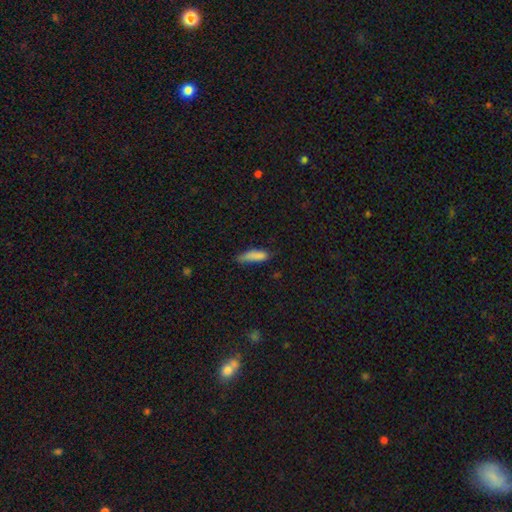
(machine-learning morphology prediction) smooth-or-featured: smooth: 84% | star or artifact: 8% | featured or disk: 8%
  how-rounded: cigar-shaped: 55% | in between: 42% | round: 2%
  merging: none: 51% | minor disturbance: 35% | major disturbance: 10% | merger: 3%